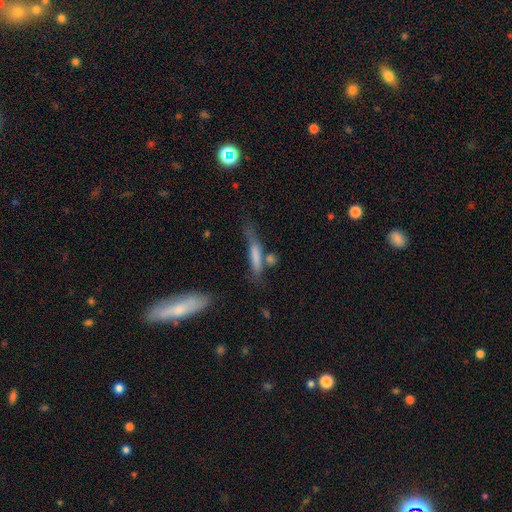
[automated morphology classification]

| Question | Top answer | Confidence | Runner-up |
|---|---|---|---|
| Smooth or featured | smooth | 68% | featured or disk (25%) |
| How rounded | cigar-shaped | 84% | in between (14%) |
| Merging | none | 48% | minor disturbance (24%) |